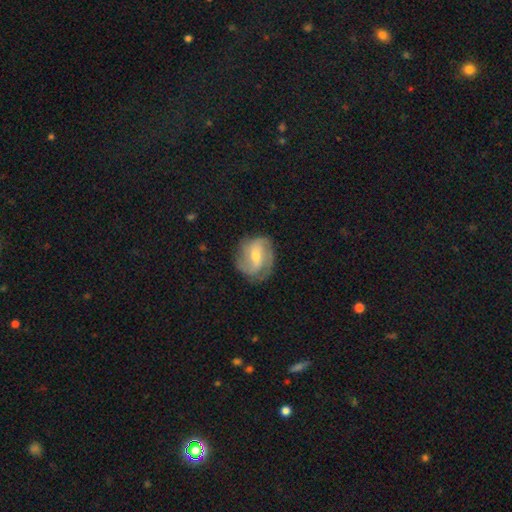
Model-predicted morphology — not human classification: A featured or disk galaxy (72%) with a weak bar (48%), 2 (45%) medium (45%) spiral arms (91%) and a moderate central bulge (54%). Merging: none (70%).